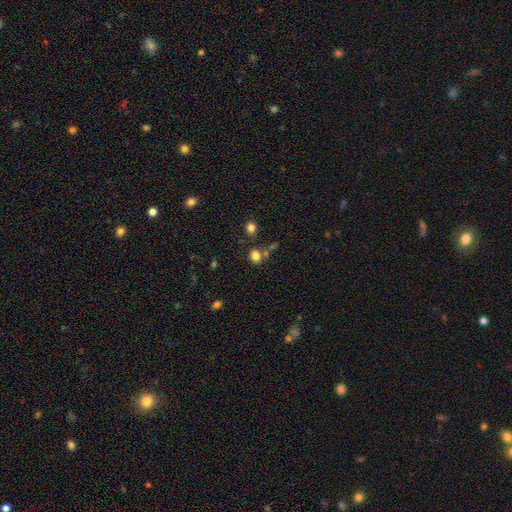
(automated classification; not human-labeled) Smooth or featured? Predicted: smooth (p=0.80). How rounded? Predicted: round (p=0.66). Merging? Predicted: none (p=0.66).